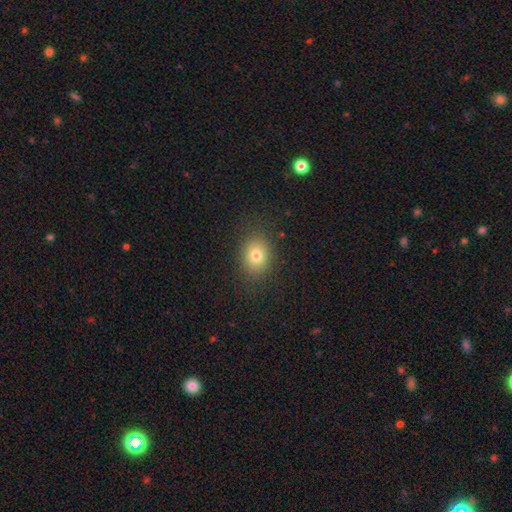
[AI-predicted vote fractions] Smooth or featured? smooth (77%)
How rounded? round (50%)
Merging? none (86%)